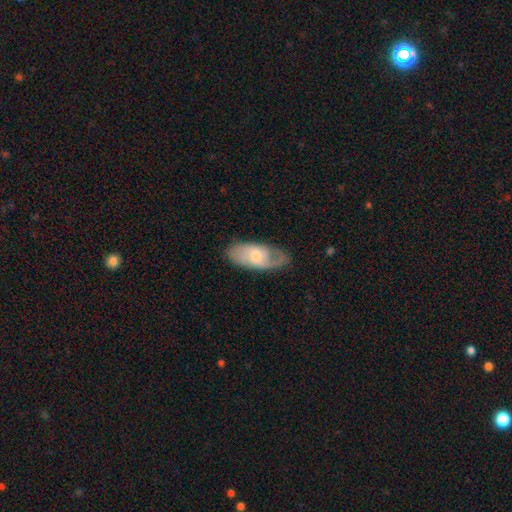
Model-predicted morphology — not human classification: A featured or disk galaxy (57%) with no bar (51%), spiral arms (82%) and a moderate central bulge (50%).

Vote fractions:
- Smooth or featured? featured or disk: 57% / smooth: 37% / star or artifact: 6%
- Edge-on disk? no: 91% / yes: 9%
- Bar? no: 51% / weak: 41% / strong: 8%
- Spiral arms? yes: 82% / no: 18%
- Bulge size? moderate: 50% / small: 42% / large: 5% / none: 3% / dominant: 1%
- Merging? none: 72% / minor disturbance: 20% / major disturbance: 7% / merger: 1%